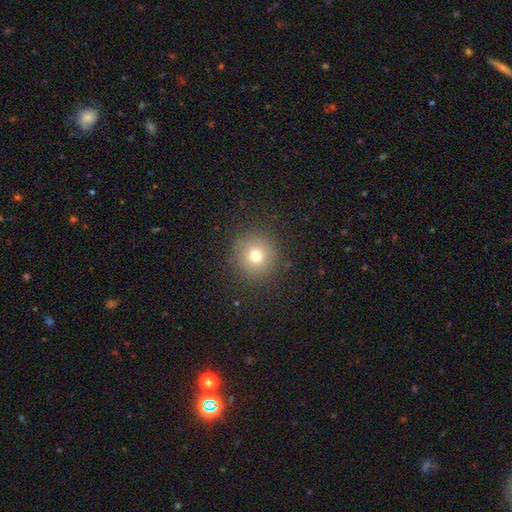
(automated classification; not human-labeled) Smooth or featured: smooth — 73% (star or artifact — 16%)
How rounded: round — 94% (in between — 5%)
Merging: none — 88% (minor disturbance — 7%)